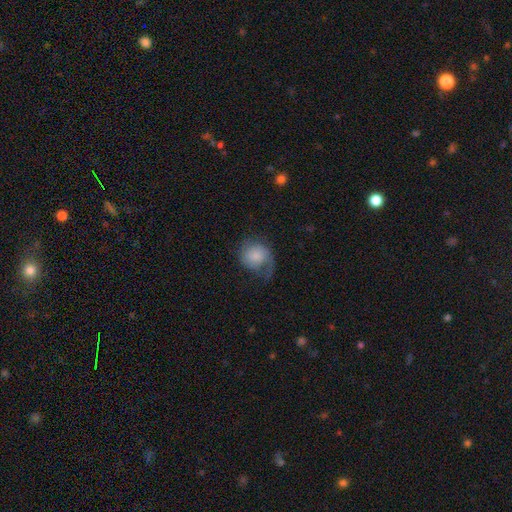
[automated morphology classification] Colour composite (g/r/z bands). It shows a smooth galaxy with no disk features (53%) that is round (71%). Merging: none (40%).